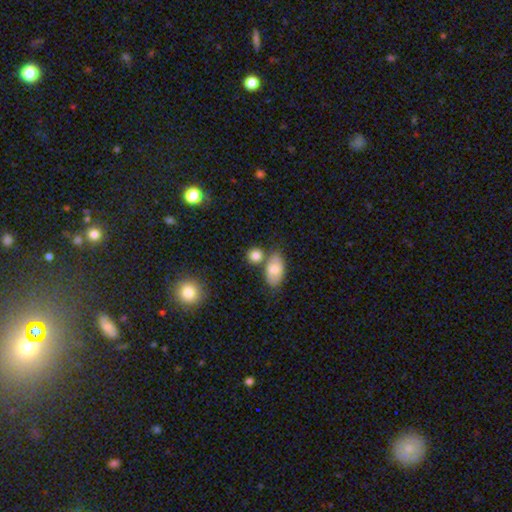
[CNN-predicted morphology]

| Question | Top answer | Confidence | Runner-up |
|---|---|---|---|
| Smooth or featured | smooth | 82% | star or artifact (10%) |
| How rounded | round | 66% | in between (32%) |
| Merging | none | 62% | merger (23%) |